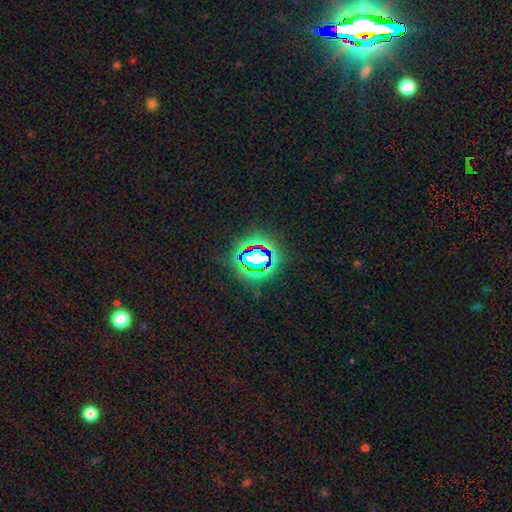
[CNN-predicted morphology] This is likely a star or artifact rather than a galaxy (71%).